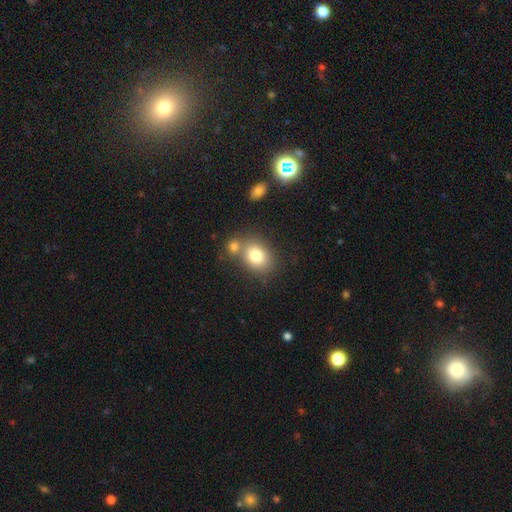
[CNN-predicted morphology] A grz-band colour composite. It shows a smooth galaxy with no disk features (79%) that is in between round and cigar-shaped (58%). Merging: none (56%).